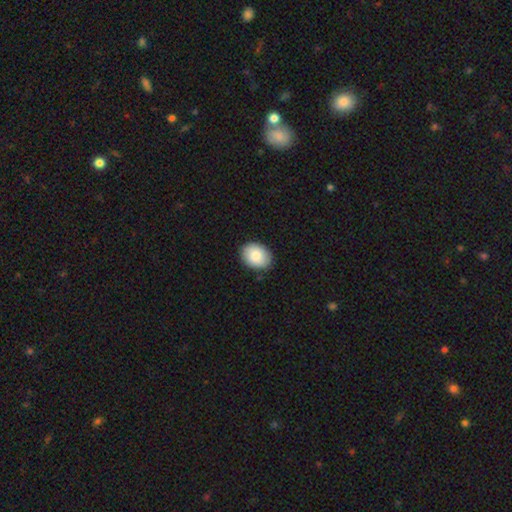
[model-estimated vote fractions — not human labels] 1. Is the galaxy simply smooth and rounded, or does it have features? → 85% smooth, 9% featured or disk, 6% star or artifact.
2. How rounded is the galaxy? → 67% in between, 32% round, 1% cigar-shaped.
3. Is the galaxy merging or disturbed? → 87% none, 10% minor disturbance, 2% major disturbance, 1% merger.